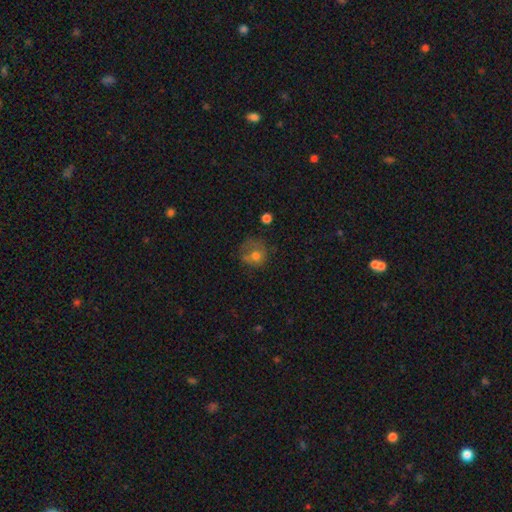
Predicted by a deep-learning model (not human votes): Q: Smooth or featured?
A: smooth (63%); runner-up: featured or disk (25%)
Q: How rounded?
A: round (72%); runner-up: in between (27%)
Q: Merging?
A: none (39%); runner-up: major disturbance (28%)